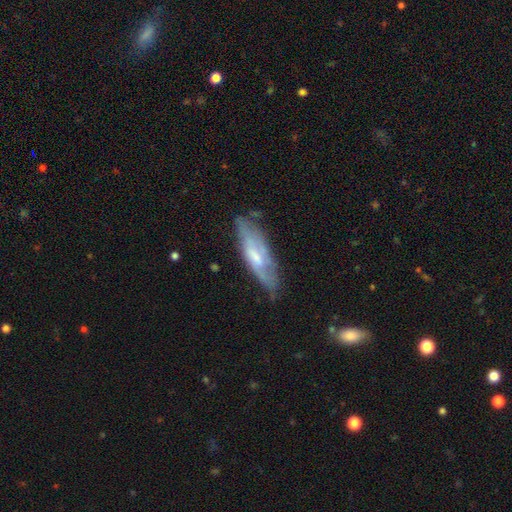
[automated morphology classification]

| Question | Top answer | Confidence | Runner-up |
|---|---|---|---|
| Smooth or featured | featured or disk | 54% | smooth (39%) |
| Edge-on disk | no | 57% | yes (43%) |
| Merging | none | 66% | minor disturbance (24%) |